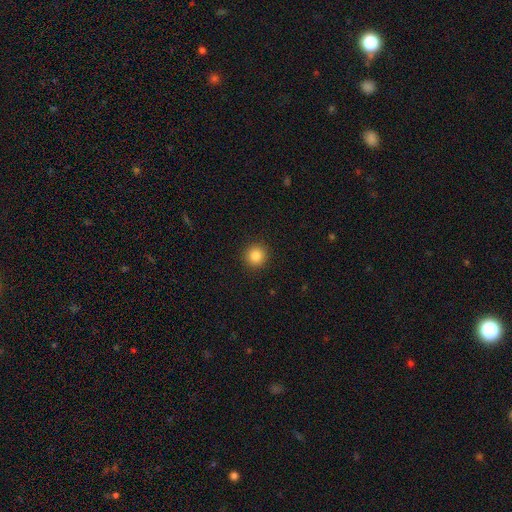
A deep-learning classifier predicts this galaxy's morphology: type=smooth (85%); roundness=round (95%); merging=none (92%).